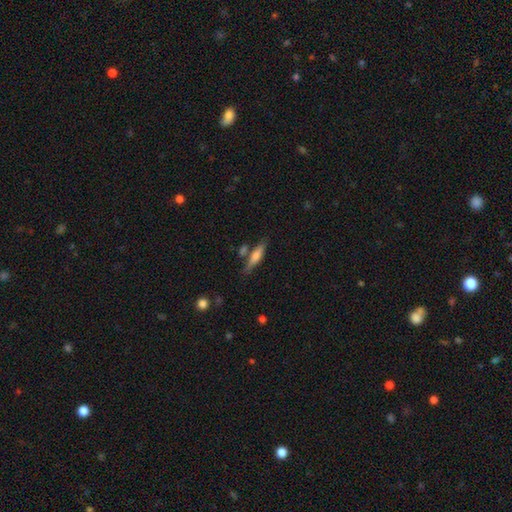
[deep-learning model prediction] A smooth galaxy with no disk features (60%) that is cigar-shaped (76%). Merging: none (70%).